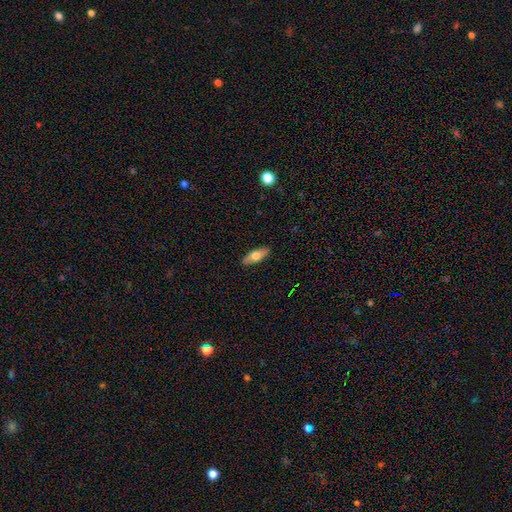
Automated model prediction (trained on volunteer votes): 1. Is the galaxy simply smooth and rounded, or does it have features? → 63% smooth, 31% featured or disk, 6% star or artifact.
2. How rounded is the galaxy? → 68% in between, 29% cigar-shaped, 3% round.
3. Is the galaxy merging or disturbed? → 89% none, 8% minor disturbance, 2% major disturbance, 1% merger.